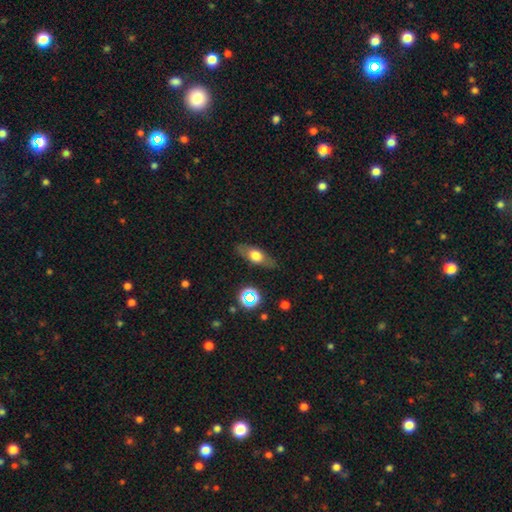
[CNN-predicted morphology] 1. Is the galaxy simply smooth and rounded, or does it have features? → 57% smooth, 34% featured or disk, 9% star or artifact.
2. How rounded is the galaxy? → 64% in between, 28% cigar-shaped, 8% round.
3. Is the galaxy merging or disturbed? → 80% none, 14% minor disturbance, 4% major disturbance, 2% merger.